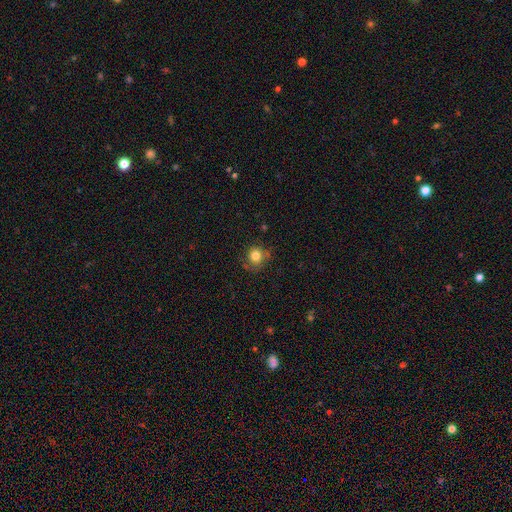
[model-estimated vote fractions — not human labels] Q: Smooth or featured?
A: smooth (80%); runner-up: star or artifact (11%)
Q: How rounded?
A: round (87%); runner-up: in between (12%)
Q: Merging?
A: none (75%); runner-up: minor disturbance (18%)